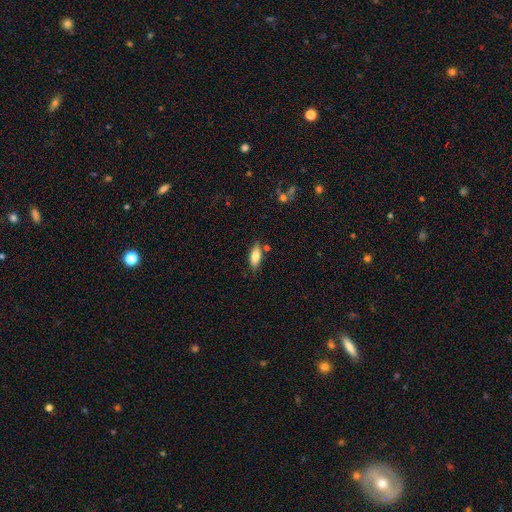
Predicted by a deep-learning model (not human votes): smooth-or-featured: smooth: 74% | featured or disk: 19% | star or artifact: 7%
  how-rounded: in between: 80% | cigar-shaped: 18% | round: 3%
  merging: none: 77% | minor disturbance: 15% | merger: 5% | major disturbance: 3%